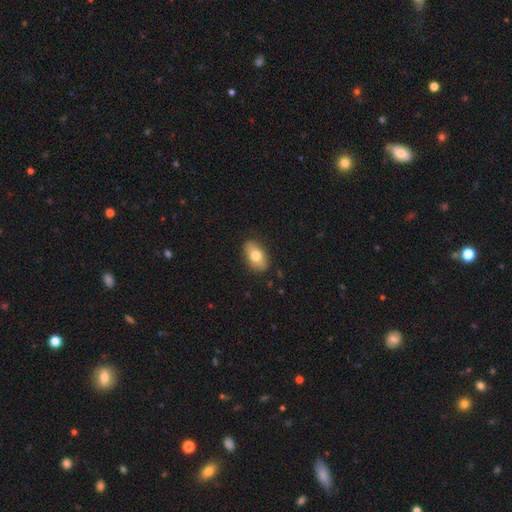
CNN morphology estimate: Overall: smooth (73%). How rounded: in between (89%). Merging: none (86%).